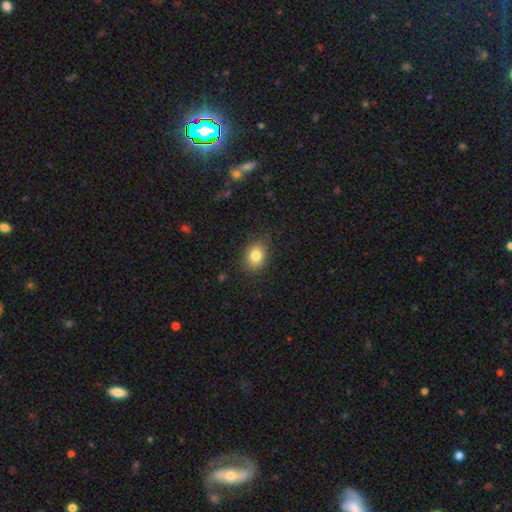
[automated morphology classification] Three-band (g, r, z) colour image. It shows a smooth galaxy with no disk features (82%) that is in between round and cigar-shaped (55%). Merging: none (84%).